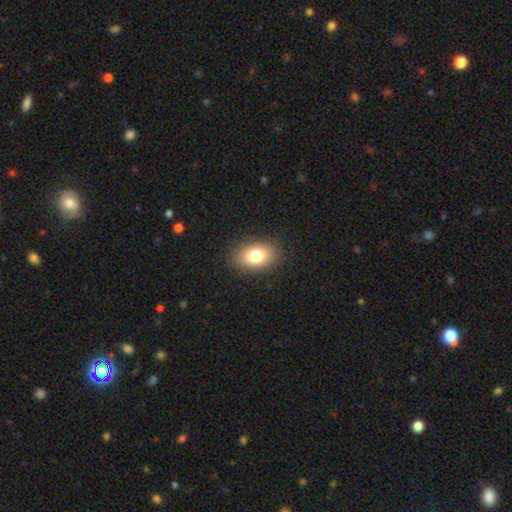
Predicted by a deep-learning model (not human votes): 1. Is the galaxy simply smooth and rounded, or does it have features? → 80% smooth, 11% featured or disk, 9% star or artifact.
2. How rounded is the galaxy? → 87% in between, 12% round, 1% cigar-shaped.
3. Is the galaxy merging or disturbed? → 88% none, 9% minor disturbance, 3% major disturbance, 1% merger.